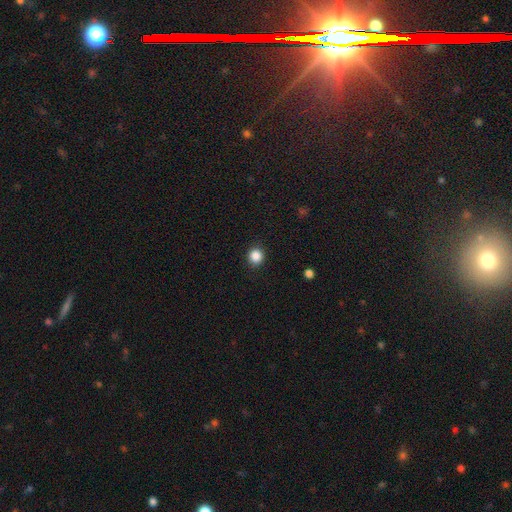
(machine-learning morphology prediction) smooth_or_featured: smooth (p=0.87) [alt: star or artifact p=0.10]
how_rounded: round (p=0.91) [alt: in between p=0.08]
merging: none (p=0.91) [alt: minor disturbance p=0.06]